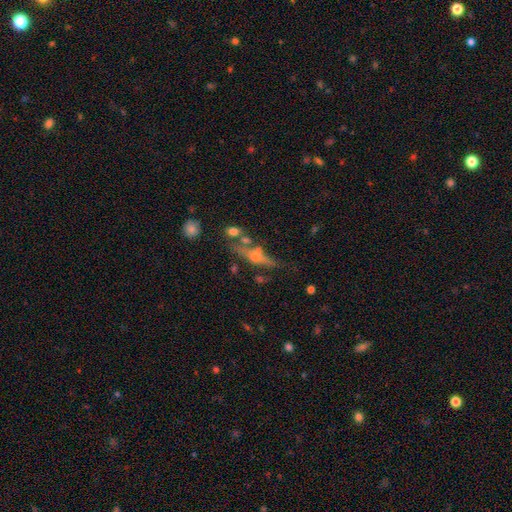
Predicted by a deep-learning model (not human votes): Smooth or featured? featured or disk (52%)
Edge-on disk? yes (71%)
Merging? none (50%)